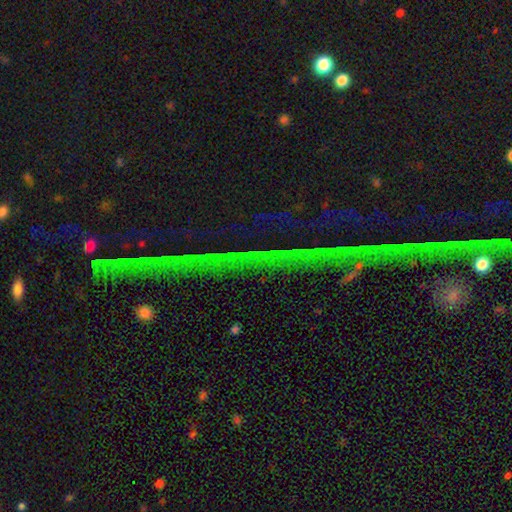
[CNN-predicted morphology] smooth-or-featured: star or artifact: 77% | featured or disk: 13% | smooth: 10%